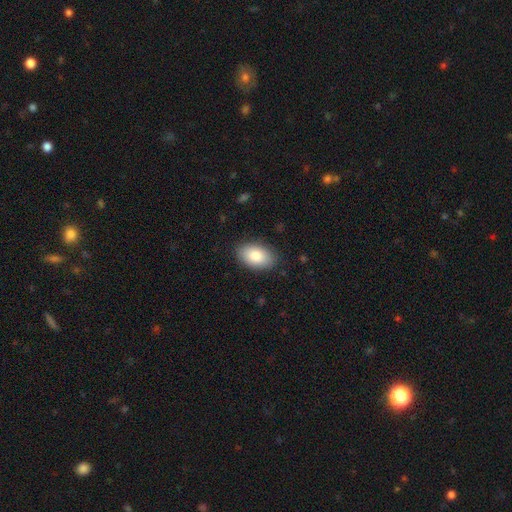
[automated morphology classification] A smooth galaxy with no disk features (85%) that is in between round and cigar-shaped (93%). Merging: none (87%).